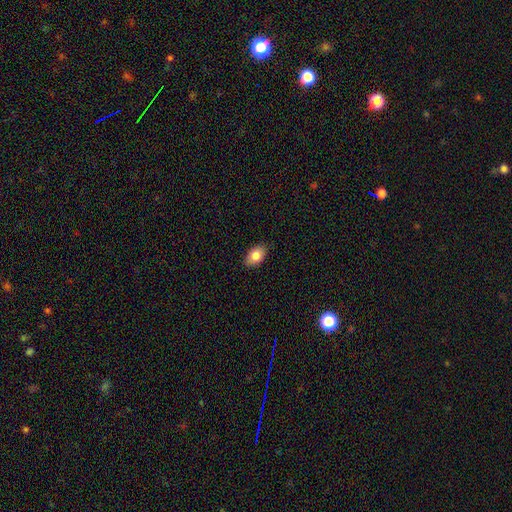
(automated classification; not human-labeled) The model was most divided on "smooth or featured": smooth: 83%, featured or disk: 9%, star or artifact: 7%. More confident: how rounded — in between (89%); merging — none (87%).